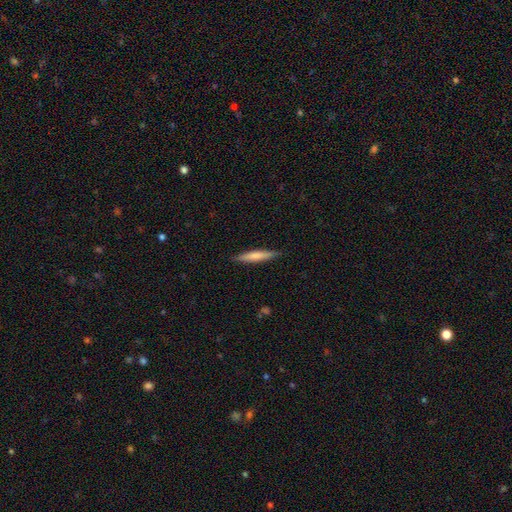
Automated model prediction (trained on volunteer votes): Smooth or featured: smooth — 69% (featured or disk — 26%)
How rounded: cigar-shaped — 92% (in between — 7%)
Merging: none — 89% (minor disturbance — 8%)